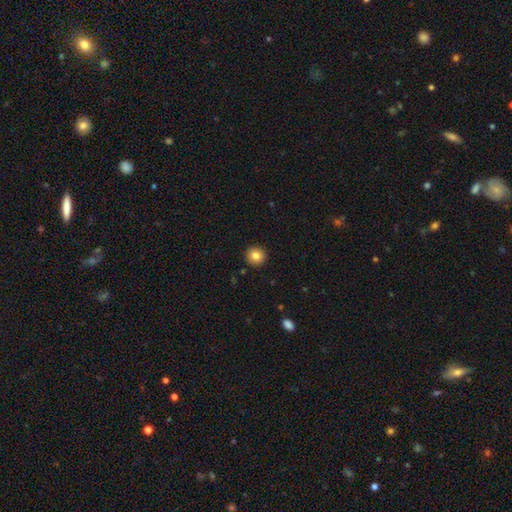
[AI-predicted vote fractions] The model was most divided on "smooth or featured": smooth: 83%, star or artifact: 10%, featured or disk: 7%. More confident: how rounded — round (95%); merging — none (93%).